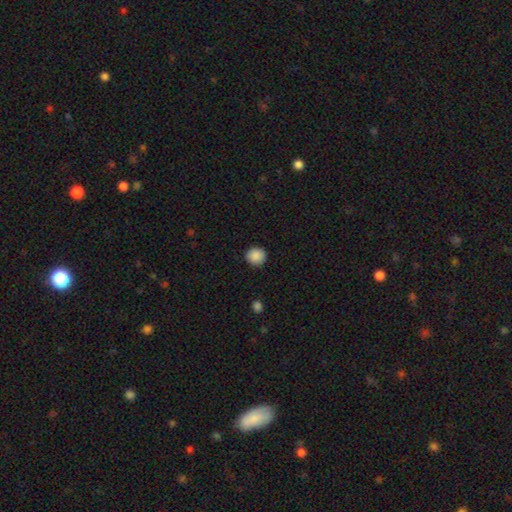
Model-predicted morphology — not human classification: This is clearly a smooth galaxy (89%). How rounded: clearly round (89%). Merging: clearly none (90%).